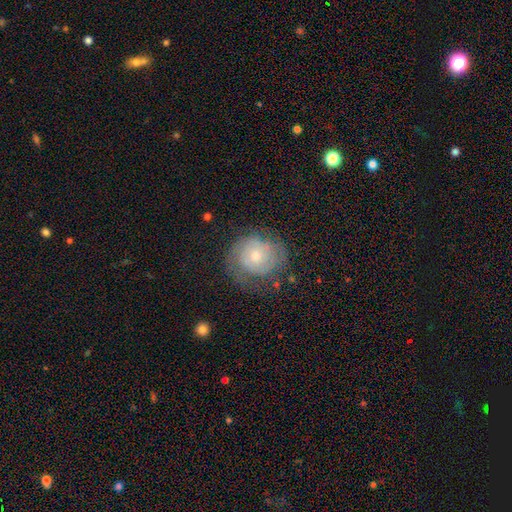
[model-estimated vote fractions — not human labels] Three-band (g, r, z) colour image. It shows a featured or disk galaxy (60%) with no bar (79%), spiral arms (80%) and a small central bulge (47%, tied with moderate). Merging: none (63%).